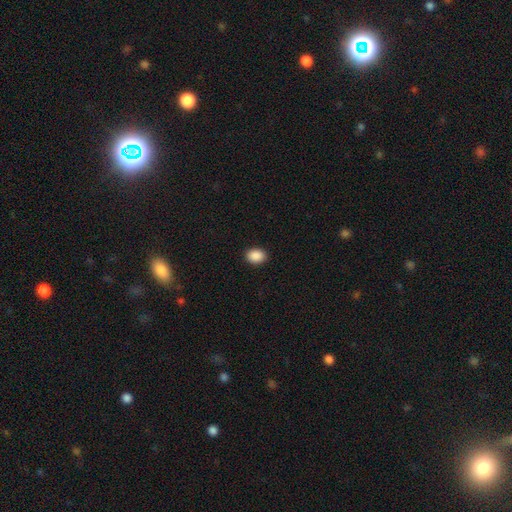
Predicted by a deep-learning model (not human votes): This appears to be a smooth galaxy with no disk features (90%) that is in between round and cigar-shaped (68%). Merging: none (91%).